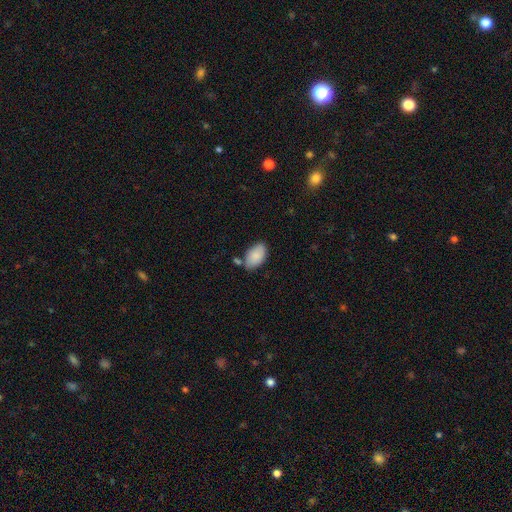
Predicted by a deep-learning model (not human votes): Overall: smooth (88%). How rounded: in between (94%). Merging: none (69%).